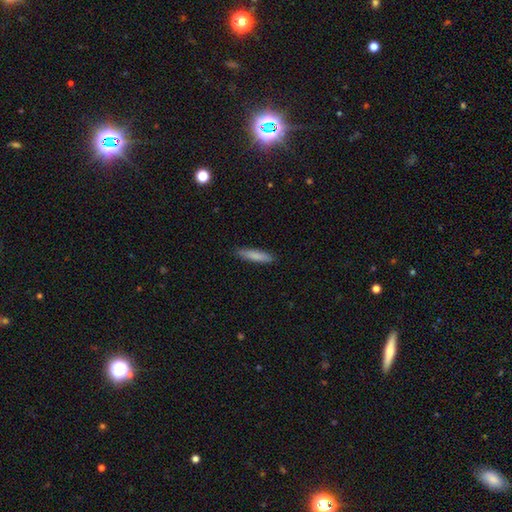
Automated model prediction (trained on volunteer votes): Smooth or featured? smooth (85%)
How rounded? cigar-shaped (84%)
Merging? none (88%)